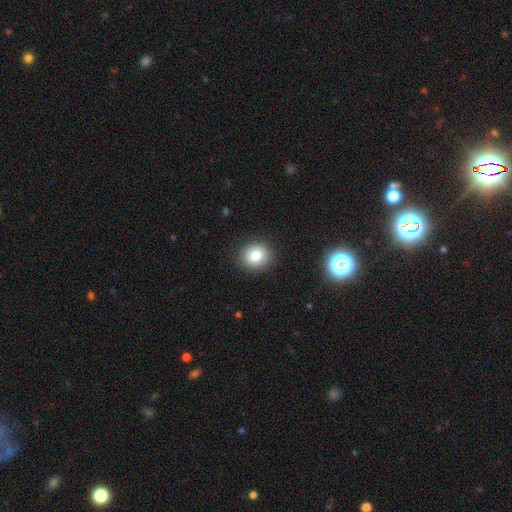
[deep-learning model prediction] smooth 80%, star or artifact 11%, featured or disk 9%. Down the decision tree: how rounded — round (77%); merging — none (89%).